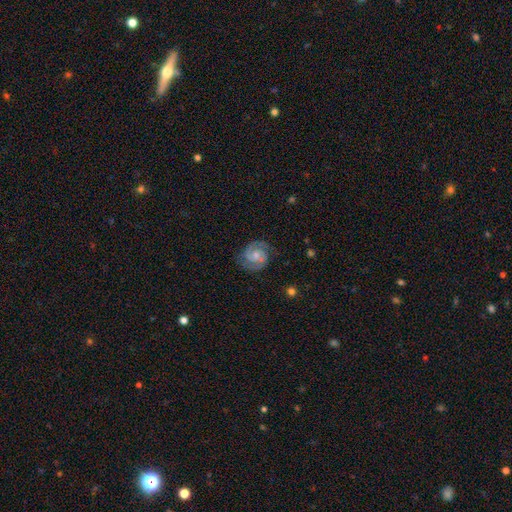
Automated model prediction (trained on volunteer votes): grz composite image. It shows a featured or disk galaxy (85%) with no bar (53%), 2 (90%) tight (49%) spiral arms (97%) and a small central bulge (44%). Merging: none (80%).